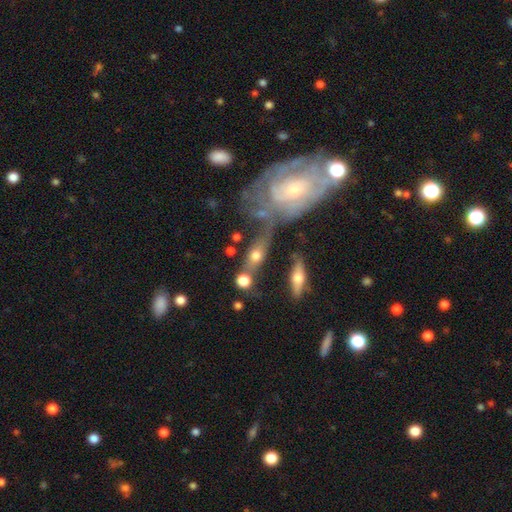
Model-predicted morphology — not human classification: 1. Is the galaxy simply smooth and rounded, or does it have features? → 51% smooth, 36% featured or disk, 13% star or artifact.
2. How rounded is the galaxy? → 44% in between, 32% round, 23% cigar-shaped.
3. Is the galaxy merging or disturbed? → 42% none, 32% merger, 15% minor disturbance, 10% major disturbance.